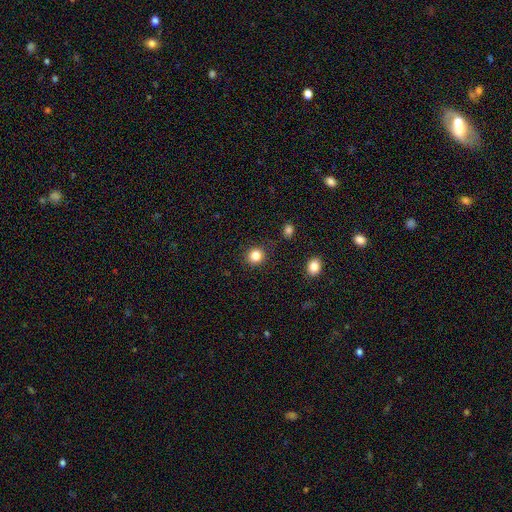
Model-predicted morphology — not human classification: Q: Smooth or featured?
A: smooth (83%); runner-up: star or artifact (12%)
Q: How rounded?
A: round (85%); runner-up: in between (14%)
Q: Merging?
A: none (88%); runner-up: minor disturbance (8%)